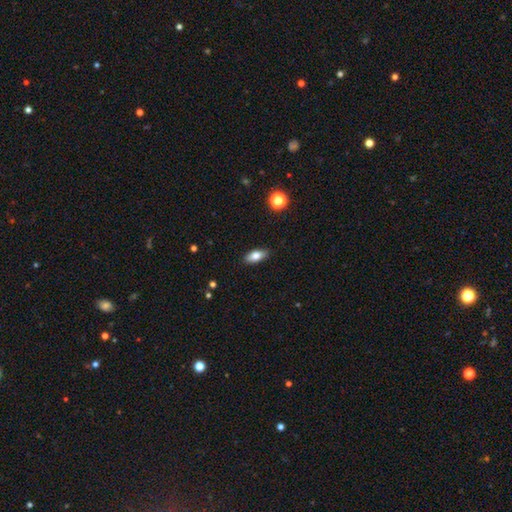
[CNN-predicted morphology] Overall: smooth (76%). How rounded: in between (84%). Merging: none (88%).